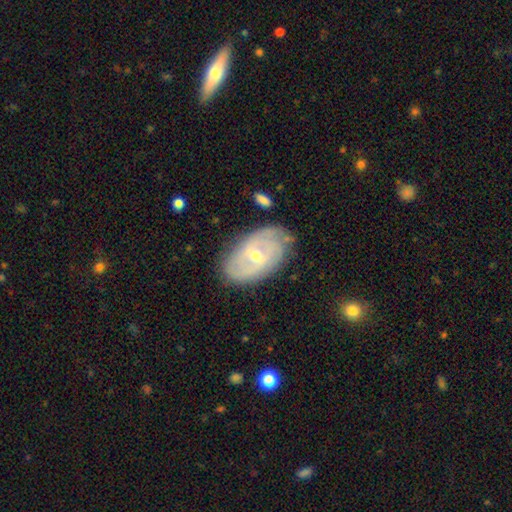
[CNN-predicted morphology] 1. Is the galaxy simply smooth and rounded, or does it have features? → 76% featured or disk, 18% smooth, 6% star or artifact.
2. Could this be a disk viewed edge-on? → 95% no, 5% yes.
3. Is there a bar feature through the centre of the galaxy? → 50% weak, 36% no, 14% strong.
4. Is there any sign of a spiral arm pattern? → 86% yes, 14% no.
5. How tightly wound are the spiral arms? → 54% tight, 34% medium, 12% loose.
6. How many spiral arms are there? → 45% 2, 33% can't tell, 11% 3, 4% 4, 3% 1, 3% more than 4.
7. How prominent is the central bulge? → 53% small, 44% moderate, 1% large, 1% none, 1% dominant.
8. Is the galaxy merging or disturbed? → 75% none, 18% minor disturbance, 5% major disturbance, 2% merger.